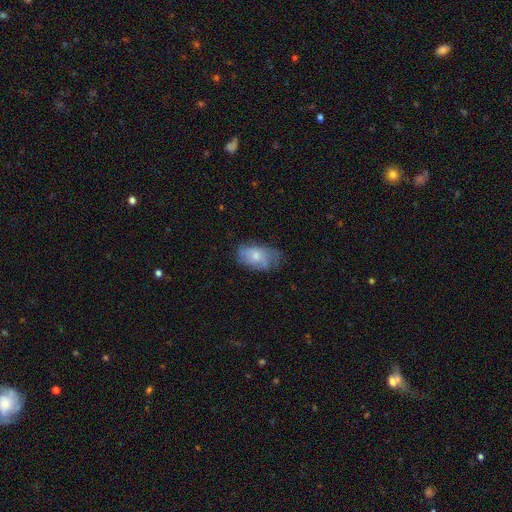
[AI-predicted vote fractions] smooth-or-featured: smooth: 60% | featured or disk: 33% | star or artifact: 7%
  how-rounded: in between: 91% | round: 7% | cigar-shaped: 2%
  merging: none: 49% | minor disturbance: 34% | major disturbance: 16% | merger: 2%